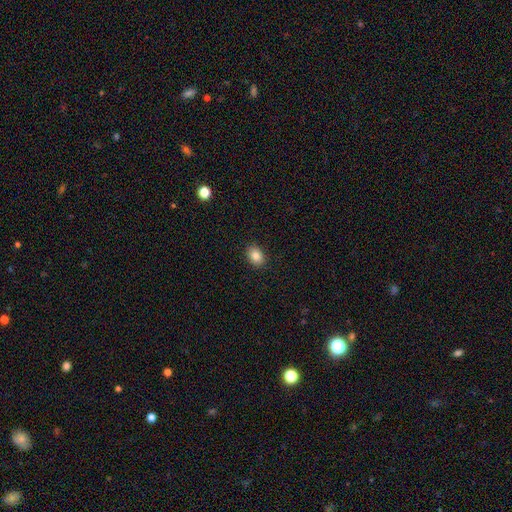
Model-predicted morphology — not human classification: A smooth galaxy with no disk features (84%) that is in between round and cigar-shaped (70%). Merging: none (89%).